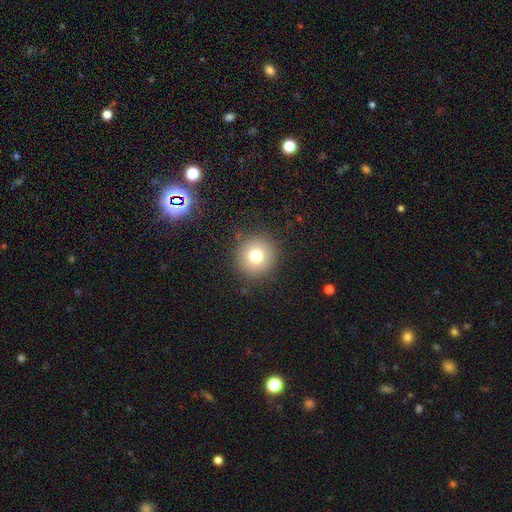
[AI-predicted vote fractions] Smooth or featured: smooth — 76% (star or artifact — 12%)
How rounded: round — 94% (in between — 5%)
Merging: none — 89% (minor disturbance — 7%)